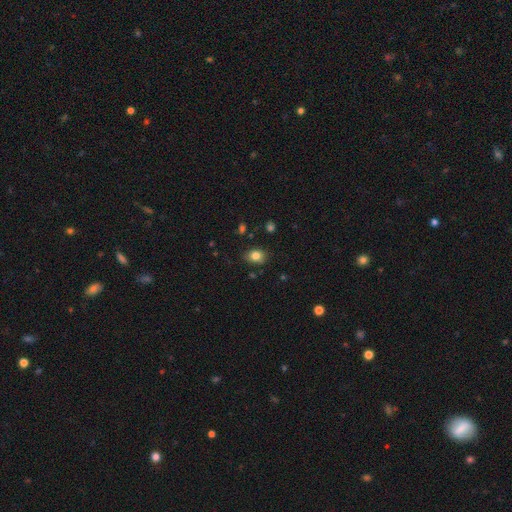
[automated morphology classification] Smooth or featured: smooth — 82% (star or artifact — 11%)
How rounded: in between — 64% (round — 35%)
Merging: none — 81% (minor disturbance — 14%)